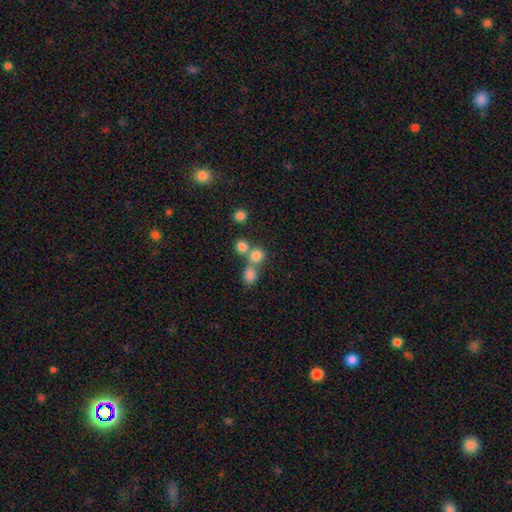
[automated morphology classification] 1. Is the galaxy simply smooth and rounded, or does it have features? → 78% smooth, 14% star or artifact, 8% featured or disk.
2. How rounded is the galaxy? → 82% round, 17% in between, 1% cigar-shaped.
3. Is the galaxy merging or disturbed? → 49% none, 41% merger, 7% minor disturbance, 3% major disturbance.